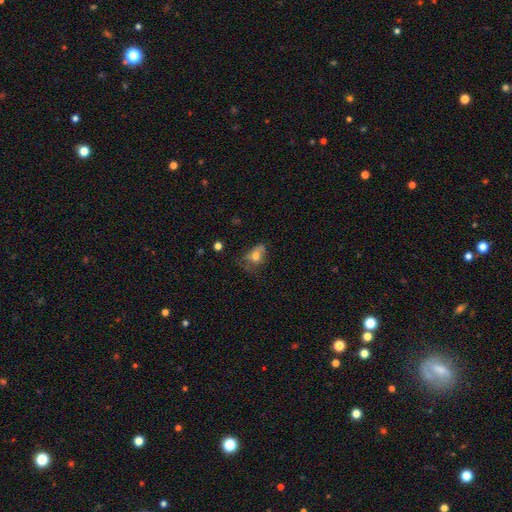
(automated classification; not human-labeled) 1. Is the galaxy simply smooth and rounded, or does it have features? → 63% smooth, 26% featured or disk, 12% star or artifact.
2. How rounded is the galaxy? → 70% in between, 28% round, 3% cigar-shaped.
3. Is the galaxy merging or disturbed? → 35% major disturbance, 30% minor disturbance, 30% none, 5% merger.